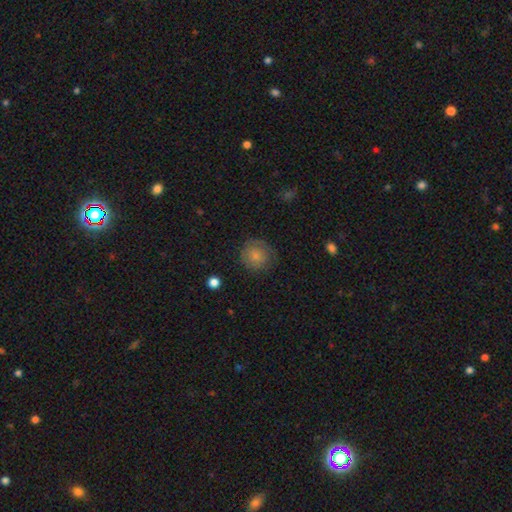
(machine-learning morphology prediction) smooth_or_featured: smooth (p=0.75) [alt: featured or disk p=0.16]
how_rounded: round (p=0.91) [alt: in between p=0.08]
merging: none (p=0.73) [alt: minor disturbance p=0.18]